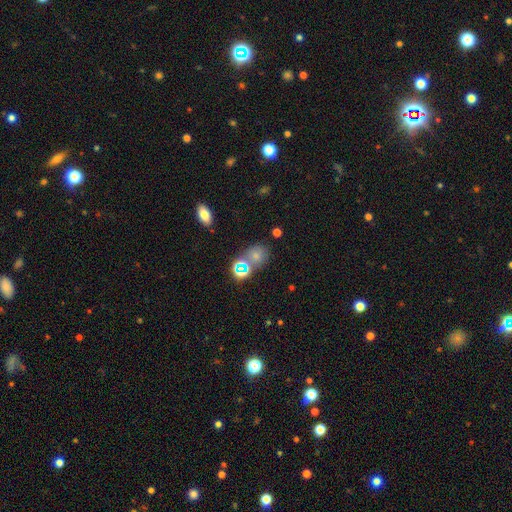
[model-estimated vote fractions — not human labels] The model was most divided on "how rounded": round: 60%, in between: 39%, cigar-shaped: 1%. More confident: smooth or featured — smooth (63%); merging — none (60%).